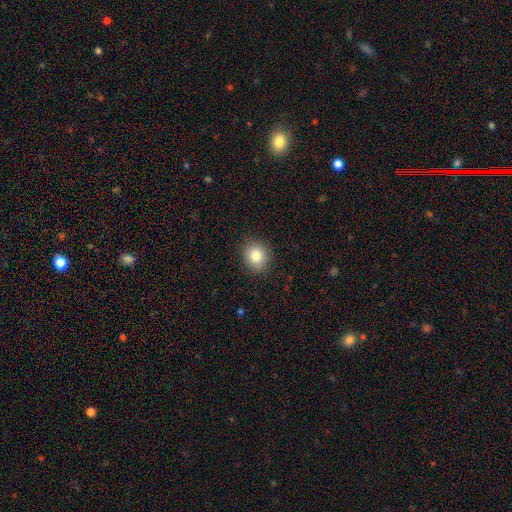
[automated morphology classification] The model was most divided on "how rounded": round: 72%, in between: 27%, cigar-shaped: 1%. More confident: merging — none (89%); smooth or featured — smooth (82%).